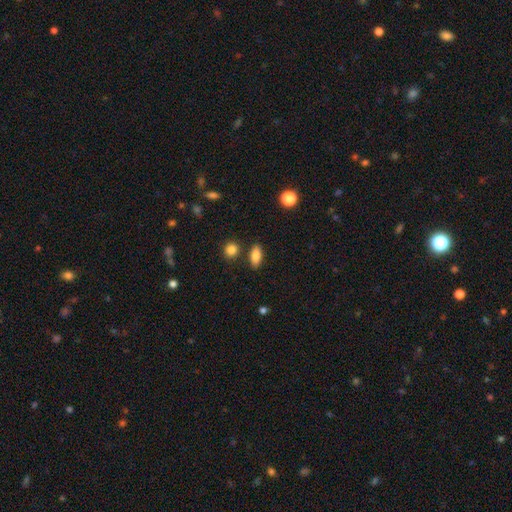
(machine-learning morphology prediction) The model was most divided on "how rounded": in between: 80%, cigar-shaped: 14%, round: 5%. More confident: merging — none (84%); smooth or featured — smooth (83%).